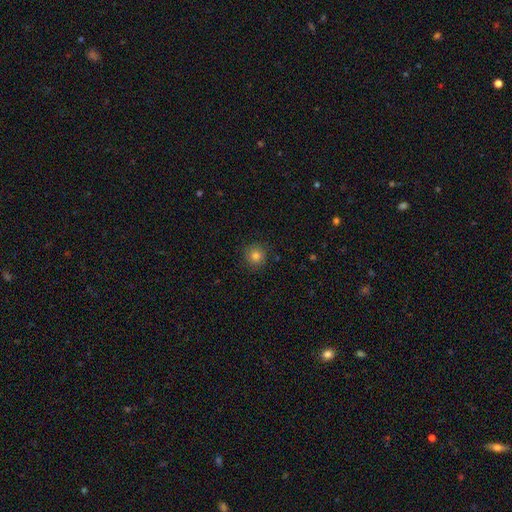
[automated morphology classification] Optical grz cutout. It shows a smooth galaxy with no disk features (79%) that is round (92%). Merging: none (86%).